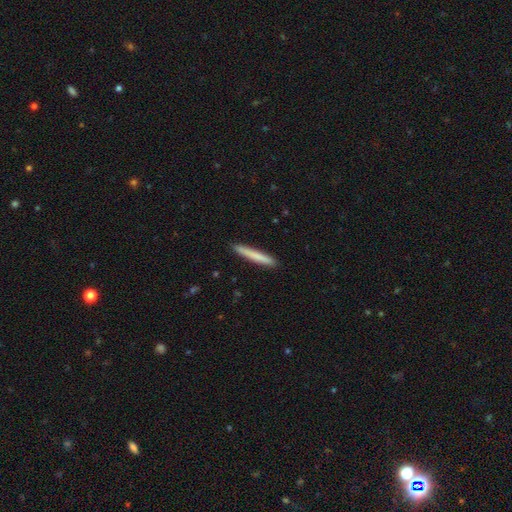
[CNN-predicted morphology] smooth-or-featured: smooth: 77% | featured or disk: 18% | star or artifact: 5%
  how-rounded: cigar-shaped: 96% | in between: 3% | round: 1%
  merging: none: 92% | minor disturbance: 6% | major disturbance: 1% | merger: 1%